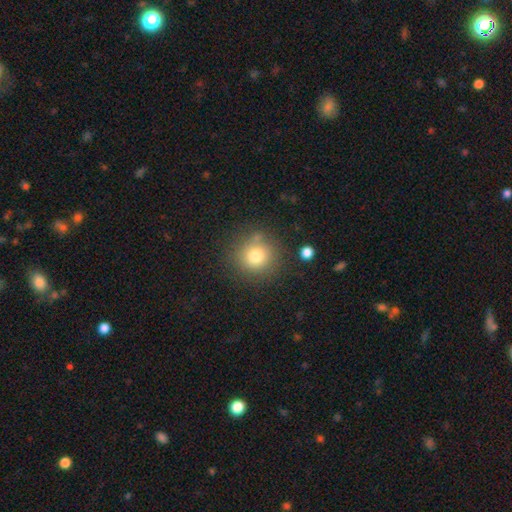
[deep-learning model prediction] The model was most divided on "smooth or featured": smooth: 76%, star or artifact: 14%, featured or disk: 10%. More confident: how rounded — round (92%); merging — none (80%).